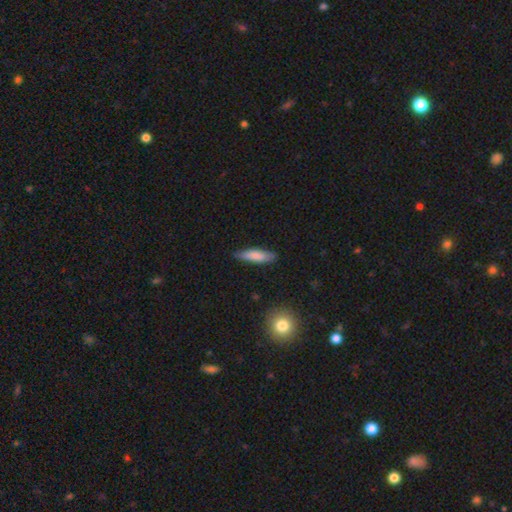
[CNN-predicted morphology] type=smooth (77%); roundness=cigar-shaped (68%); merging=none (80%).